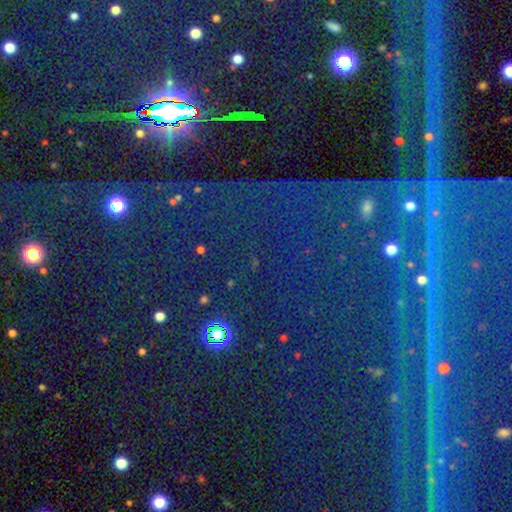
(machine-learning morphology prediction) type=star or artifact (85%).